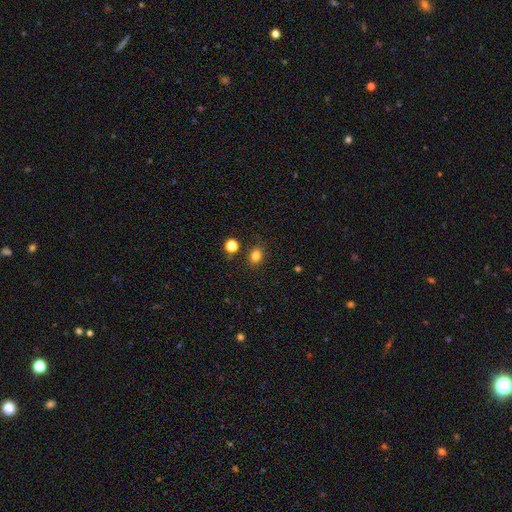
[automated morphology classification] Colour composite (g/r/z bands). It shows a smooth galaxy with no disk features (81%) that is round (56%). Merging: none (81%).